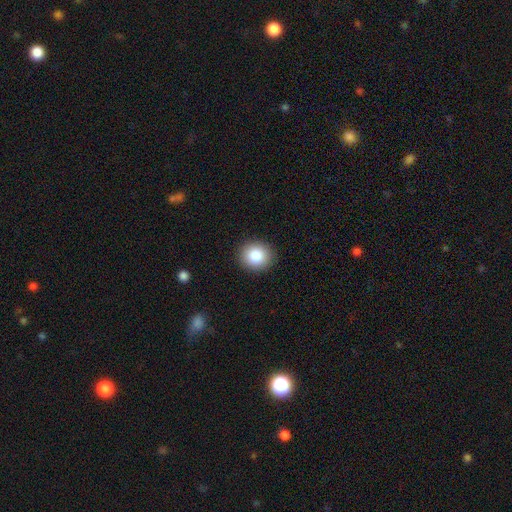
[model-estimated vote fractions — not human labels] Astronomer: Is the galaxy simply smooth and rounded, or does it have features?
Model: smooth — 85%.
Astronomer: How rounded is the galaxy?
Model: round — 80%.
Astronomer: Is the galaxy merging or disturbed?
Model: none — 91%.